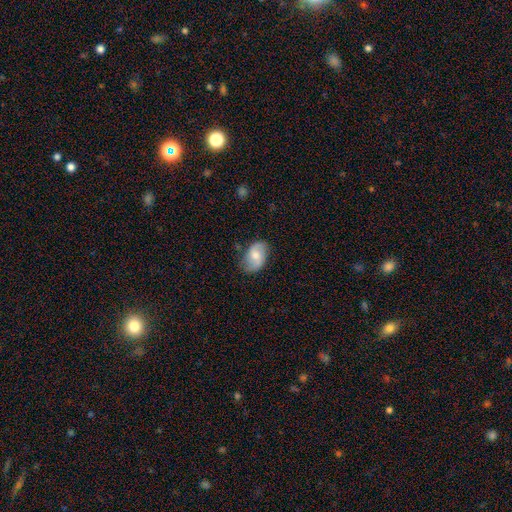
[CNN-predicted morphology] Smooth or featured? Predicted: smooth (p=0.51). How rounded? Predicted: in between (p=0.88). Merging? Predicted: none (p=0.71).